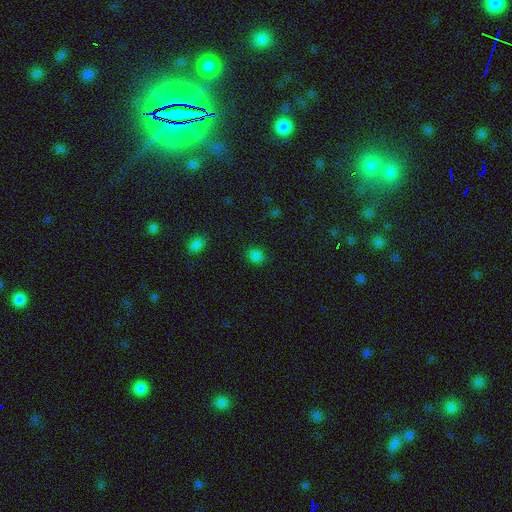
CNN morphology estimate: Smooth or featured? smooth (82%)
How rounded? round (77%)
Merging? none (89%)